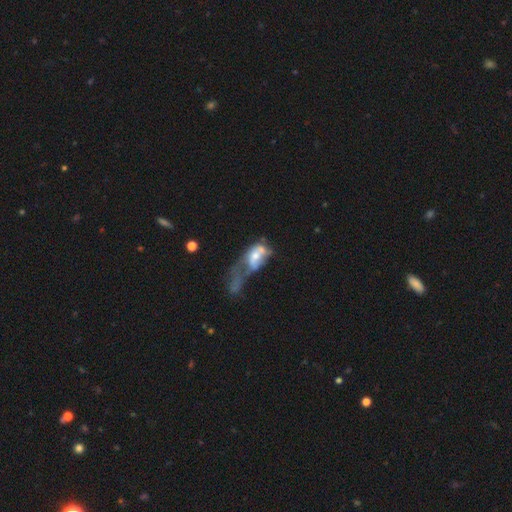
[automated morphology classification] A smooth galaxy with no disk features (45%). Merging: major disturbance (47%).